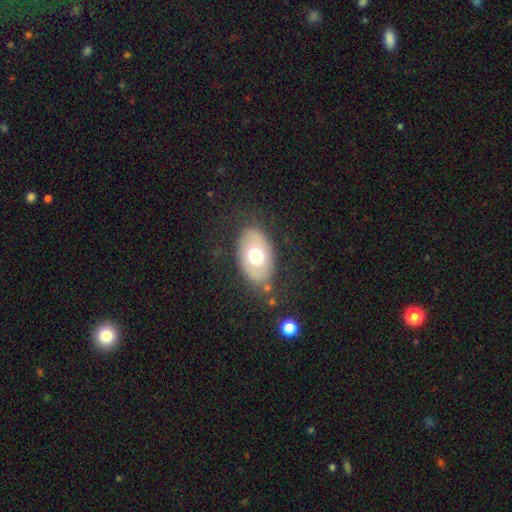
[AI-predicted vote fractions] A smooth galaxy with no disk features (59%) that is in between round and cigar-shaped (88%).

Vote fractions:
- Smooth or featured? smooth: 59% / featured or disk: 33% / star or artifact: 8%
- How rounded? in between: 88% / round: 11% / cigar-shaped: 1%
- Merging? none: 77% / minor disturbance: 14% / major disturbance: 7% / merger: 2%